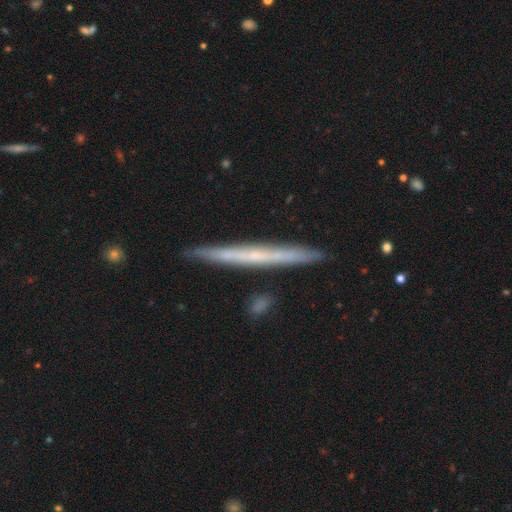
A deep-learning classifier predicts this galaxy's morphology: smooth_or_featured: featured or disk (p=0.59) [alt: smooth p=0.35]
disk_edge_on: yes (p=0.96) [alt: no p=0.04]
edge_on_bulge: none (p=0.81) [alt: rounded p=0.16]
merging: none (p=0.89) [alt: minor disturbance p=0.08]